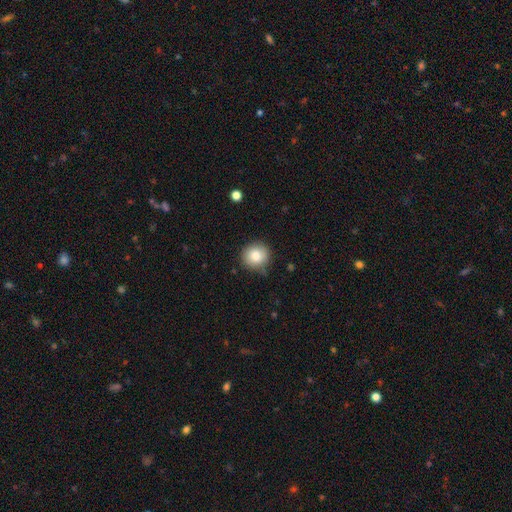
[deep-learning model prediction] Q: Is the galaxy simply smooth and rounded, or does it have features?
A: smooth — 82%.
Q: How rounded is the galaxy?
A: round — 89%.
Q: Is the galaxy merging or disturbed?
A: none — 82%.